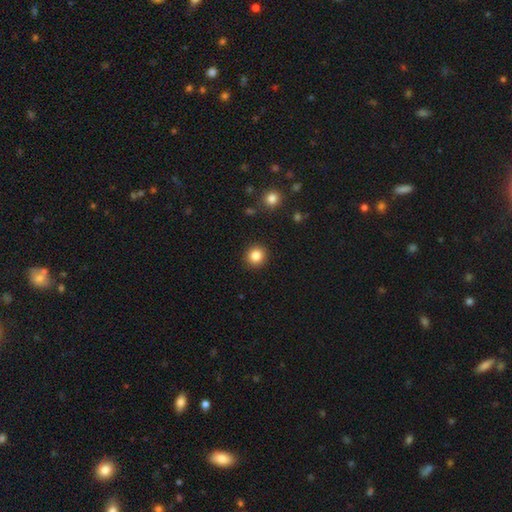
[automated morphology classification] smooth-or-featured: smooth: 84% | star or artifact: 11% | featured or disk: 6%
  how-rounded: round: 92% | in between: 7% | cigar-shaped: 1%
  merging: none: 91% | minor disturbance: 5% | major disturbance: 2% | merger: 1%